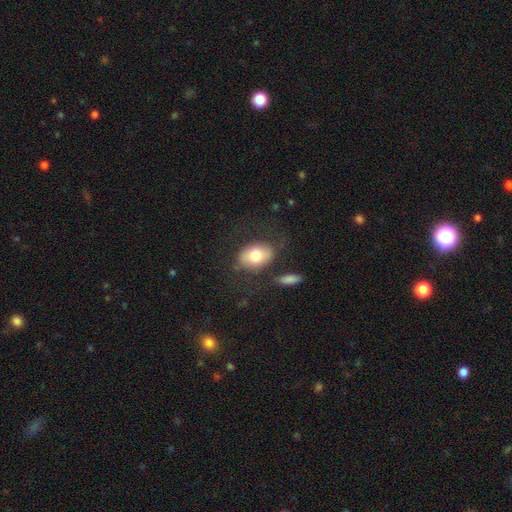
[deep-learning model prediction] smooth_or_featured: smooth (p=0.72) [alt: featured or disk p=0.21]
how_rounded: in between (p=0.77) [alt: round p=0.22]
merging: none (p=0.64) [alt: minor disturbance p=0.18]